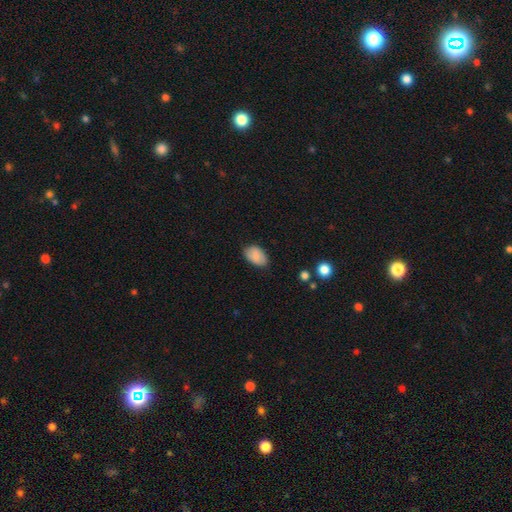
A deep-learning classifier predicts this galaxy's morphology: smooth-or-featured: smooth: 84% | featured or disk: 8% | star or artifact: 7%
  how-rounded: in between: 90% | round: 8% | cigar-shaped: 1%
  merging: none: 80% | minor disturbance: 16% | major disturbance: 3% | merger: 1%